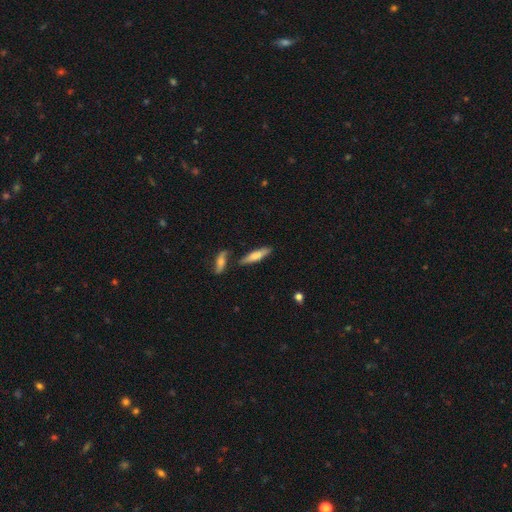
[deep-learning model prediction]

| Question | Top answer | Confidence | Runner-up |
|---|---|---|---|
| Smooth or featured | smooth | 64% | featured or disk (30%) |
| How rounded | cigar-shaped | 74% | in between (24%) |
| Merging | none | 75% | minor disturbance (13%) |